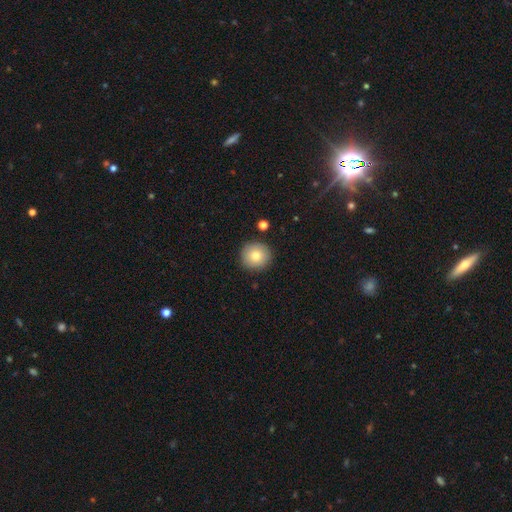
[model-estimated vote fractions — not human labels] Smooth or featured?
  - smooth: 80% *
  - featured or disk: 11%
  - star or artifact: 9%
How rounded?
  - round: 93% *
  - in between: 6%
  - cigar-shaped: 1%
Merging?
  - none: 89% *
  - minor disturbance: 7%
  - major disturbance: 2%
  - merger: 2%